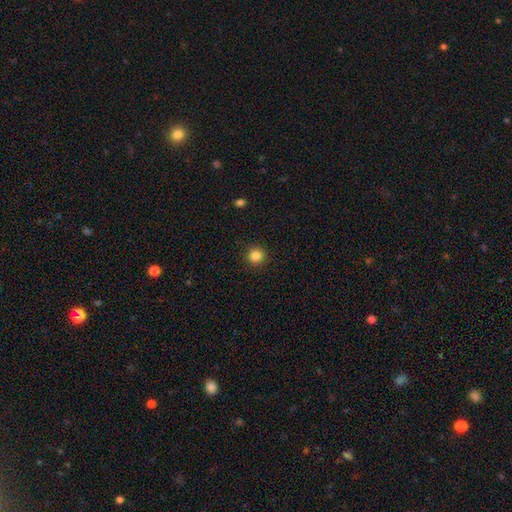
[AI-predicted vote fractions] Morphology: type=smooth (84%); roundness=round (95%); merging=none (92%).